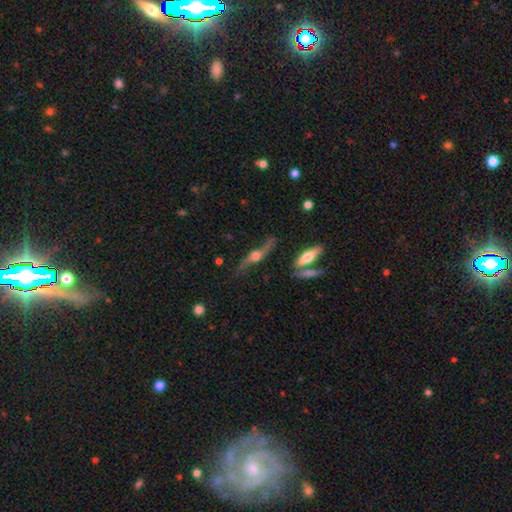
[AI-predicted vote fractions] A featured or disk galaxy (77%) viewed edge-on (65%) with a rounded central bulge (92%). Merging: none (68%).